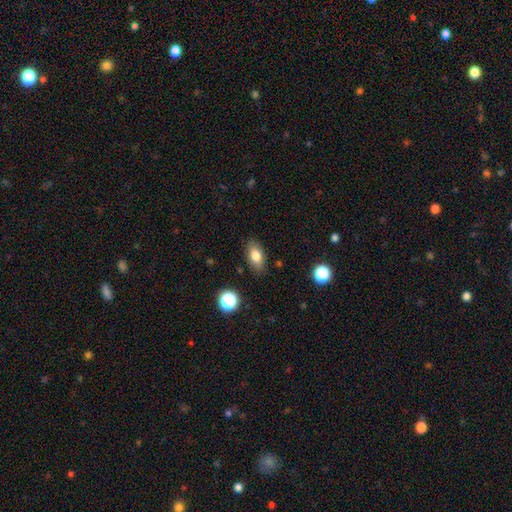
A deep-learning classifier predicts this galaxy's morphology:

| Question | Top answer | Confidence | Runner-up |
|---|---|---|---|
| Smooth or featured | smooth | 79% | featured or disk (12%) |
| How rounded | in between | 87% | round (8%) |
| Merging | none | 85% | minor disturbance (11%) |